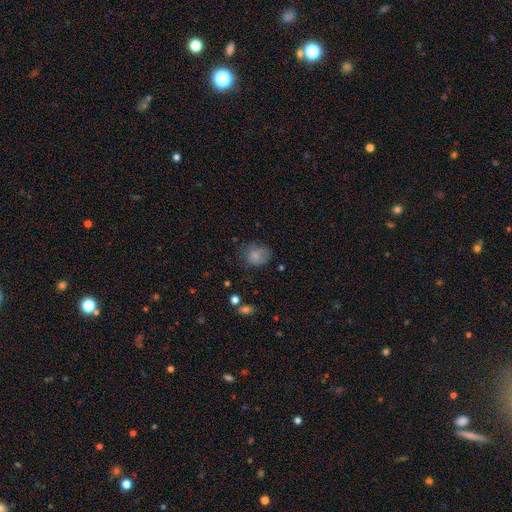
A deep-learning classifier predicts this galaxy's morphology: Smooth or featured?
  - smooth: 76% *
  - featured or disk: 13%
  - star or artifact: 12%
How rounded?
  - round: 53% *
  - in between: 46%
  - cigar-shaped: 1%
Merging?
  - none: 53% *
  - minor disturbance: 28%
  - major disturbance: 17%
  - merger: 2%